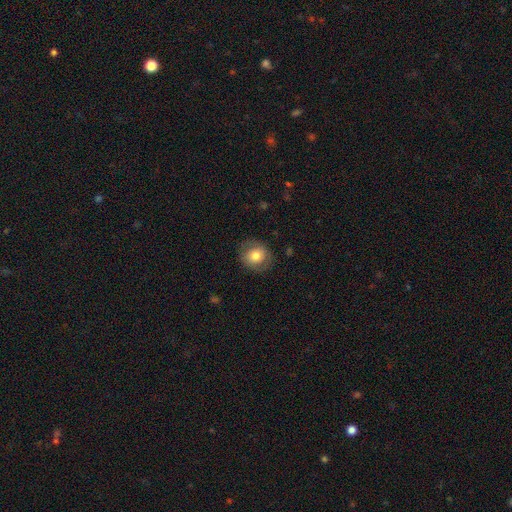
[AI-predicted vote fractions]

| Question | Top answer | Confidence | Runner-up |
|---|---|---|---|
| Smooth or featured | smooth | 73% | featured or disk (19%) |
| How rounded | round | 76% | in between (23%) |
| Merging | none | 80% | minor disturbance (13%) |